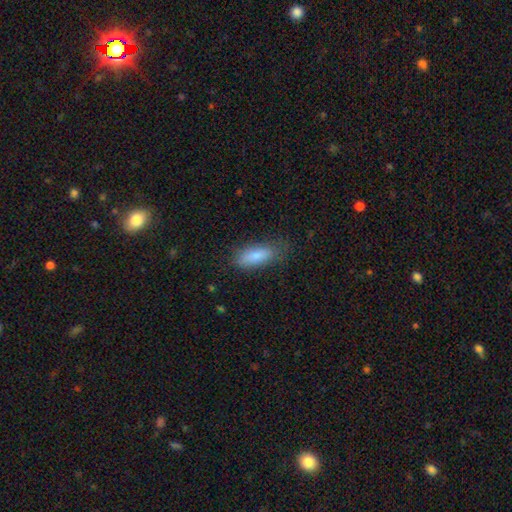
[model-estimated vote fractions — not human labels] This is clearly a smooth galaxy (83%). How rounded: likely in between (71%). Merging: likely none (74%).